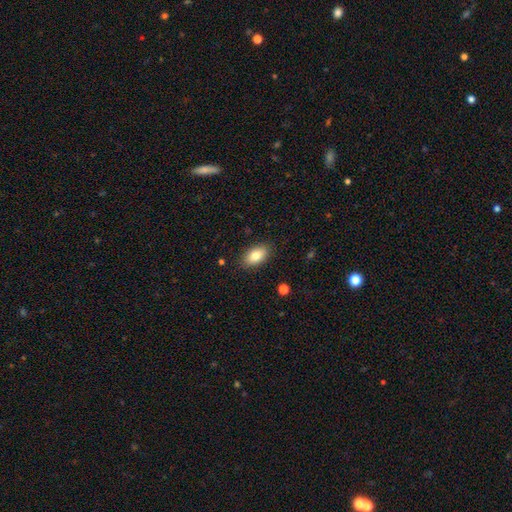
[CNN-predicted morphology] Q: Smooth or featured?
A: smooth (83%); runner-up: featured or disk (10%)
Q: How rounded?
A: in between (91%); runner-up: round (5%)
Q: Merging?
A: none (87%); runner-up: minor disturbance (9%)